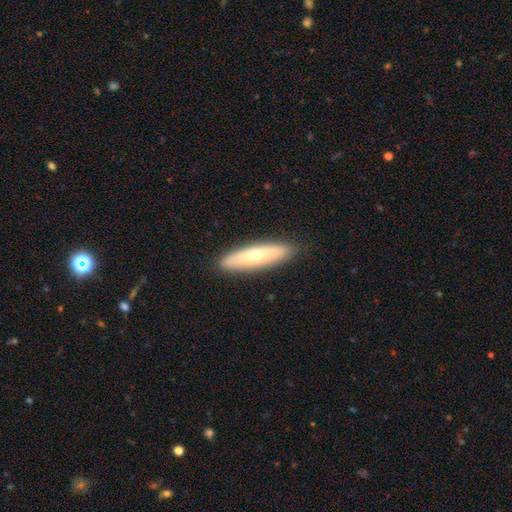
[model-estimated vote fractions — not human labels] Smooth or featured? smooth (58%)
How rounded? cigar-shaped (74%)
Merging? none (89%)